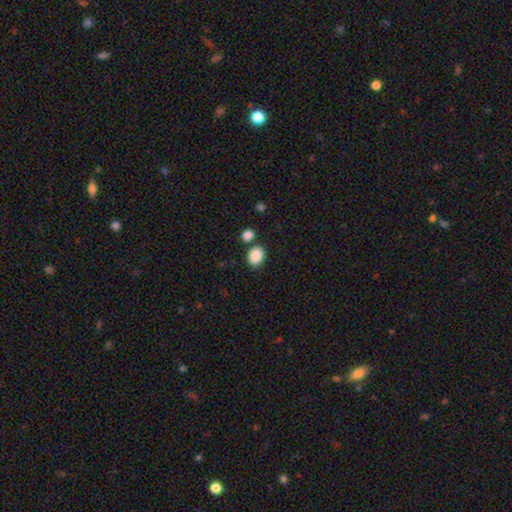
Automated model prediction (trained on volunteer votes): Smooth or featured? smooth (88%)
How rounded? in between (58%)
Merging? none (70%)